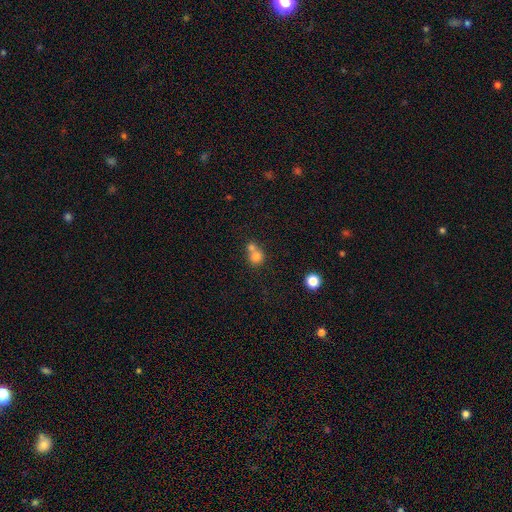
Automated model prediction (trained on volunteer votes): Smooth or featured?
  - smooth: 77% *
  - star or artifact: 11%
  - featured or disk: 11%
How rounded?
  - round: 81% *
  - in between: 18%
  - cigar-shaped: 1%
Merging?
  - merger: 57% *
  - none: 34%
  - minor disturbance: 6%
  - major disturbance: 3%